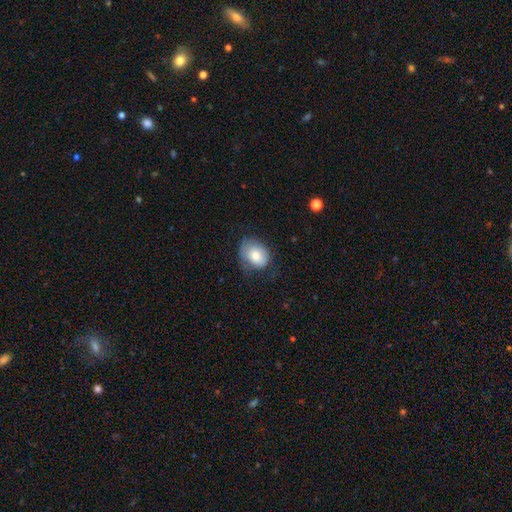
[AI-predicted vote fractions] Smooth or featured?
  - smooth: 73% *
  - featured or disk: 20%
  - star or artifact: 7%
How rounded?
  - in between: 63% *
  - round: 36%
  - cigar-shaped: 1%
Merging?
  - none: 53% *
  - minor disturbance: 31%
  - major disturbance: 15%
  - merger: 1%